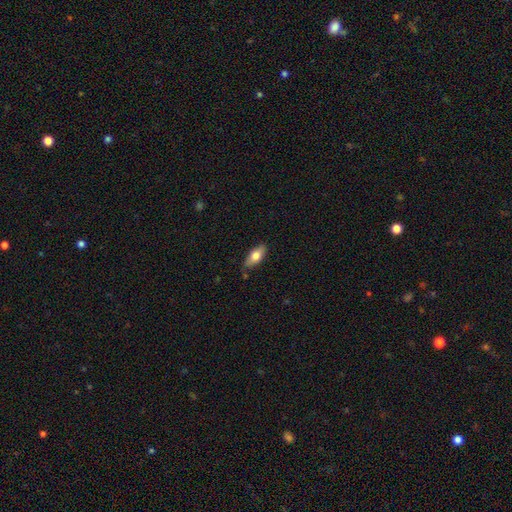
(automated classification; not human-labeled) smooth_or_featured: smooth (p=0.74) [alt: featured or disk p=0.20]
how_rounded: in between (p=0.82) [alt: cigar-shaped p=0.15]
merging: none (p=0.78) [alt: minor disturbance p=0.17]